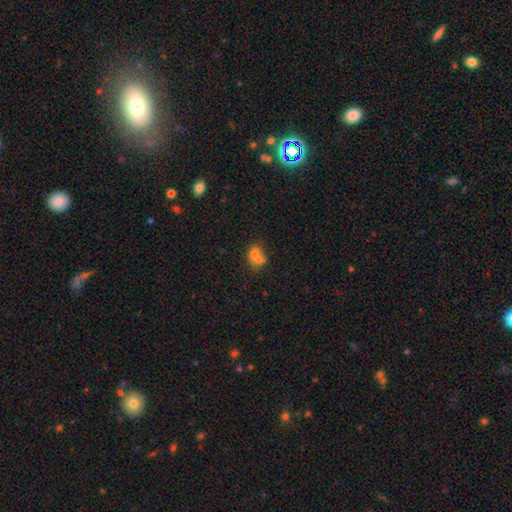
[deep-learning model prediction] Smooth or featured?
  - smooth: 66% *
  - featured or disk: 21%
  - star or artifact: 12%
How rounded?
  - round: 53% *
  - in between: 46%
  - cigar-shaped: 1%
Merging?
  - merger: 66% *
  - none: 23%
  - minor disturbance: 7%
  - major disturbance: 4%